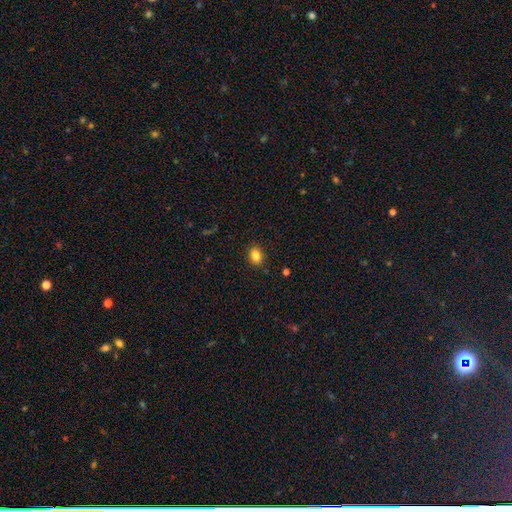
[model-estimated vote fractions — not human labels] This appears to be a smooth galaxy with no disk features (84%) that is in between round and cigar-shaped (66%). Merging: none (88%).